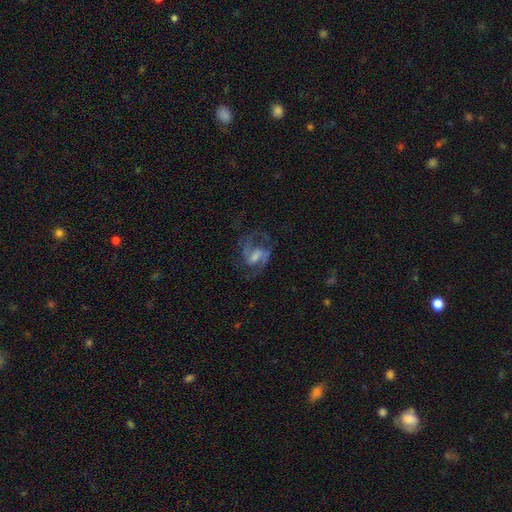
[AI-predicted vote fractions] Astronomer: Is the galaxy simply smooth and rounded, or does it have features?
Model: featured or disk — 77%.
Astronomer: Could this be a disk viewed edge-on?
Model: no — 97%.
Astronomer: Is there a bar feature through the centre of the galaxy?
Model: weak — 51% (runner-up: strong, 27%).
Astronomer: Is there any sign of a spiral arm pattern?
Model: yes — 90%.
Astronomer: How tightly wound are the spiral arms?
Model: medium — 54% (runner-up: loose, 31%).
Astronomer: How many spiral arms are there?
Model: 2 — 78%.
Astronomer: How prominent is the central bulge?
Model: moderate — 33% (runner-up: small, 29%).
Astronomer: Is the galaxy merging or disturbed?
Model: none — 55%.